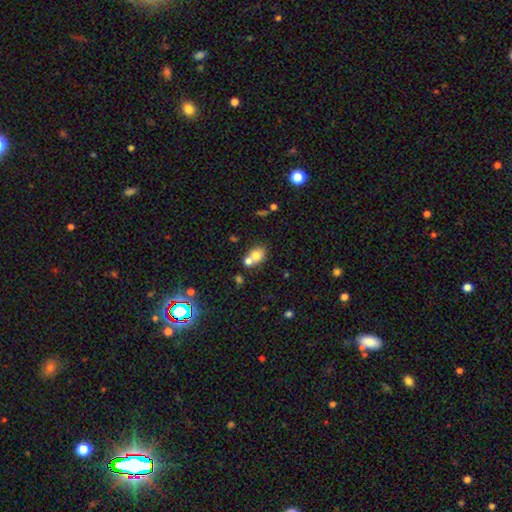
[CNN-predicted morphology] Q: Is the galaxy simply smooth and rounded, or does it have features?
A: smooth — 73%.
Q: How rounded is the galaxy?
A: round — 55%.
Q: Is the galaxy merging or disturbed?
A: merger — 51%.